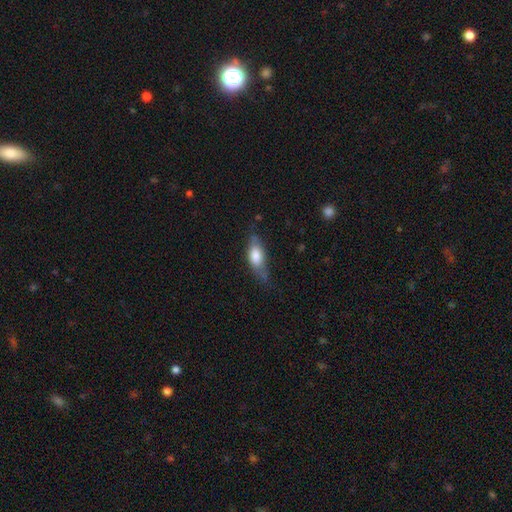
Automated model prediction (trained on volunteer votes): Smooth or featured: smooth — 70% (featured or disk — 23%)
How rounded: in between — 74% (cigar-shaped — 23%)
Merging: none — 57% (minor disturbance — 30%)